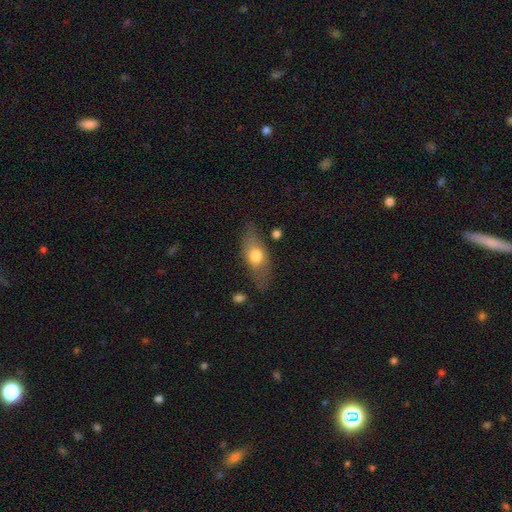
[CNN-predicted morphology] The model was most divided on "smooth or featured": smooth: 63%, featured or disk: 30%, star or artifact: 7%. More confident: how rounded — in between (76%); merging — none (74%).